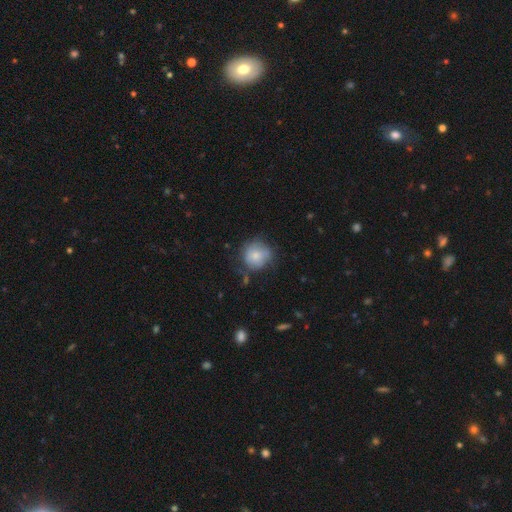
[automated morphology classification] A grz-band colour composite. It shows a smooth galaxy with no disk features (75%) that is round (89%). Merging: none (58%).